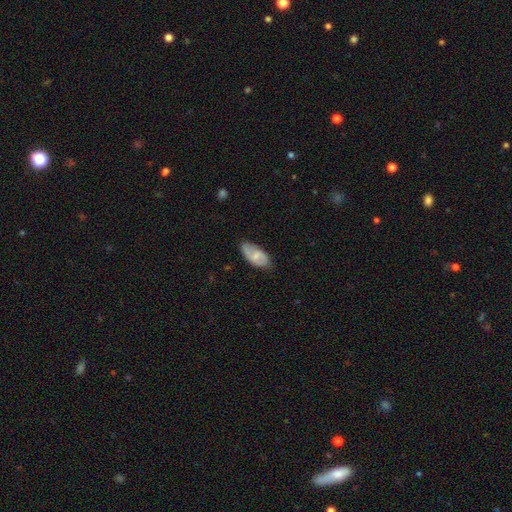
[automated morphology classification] Smooth or featured: smooth — 57% (featured or disk — 36%)
How rounded: in between — 92% (cigar-shaped — 4%)
Merging: none — 72% (minor disturbance — 22%)